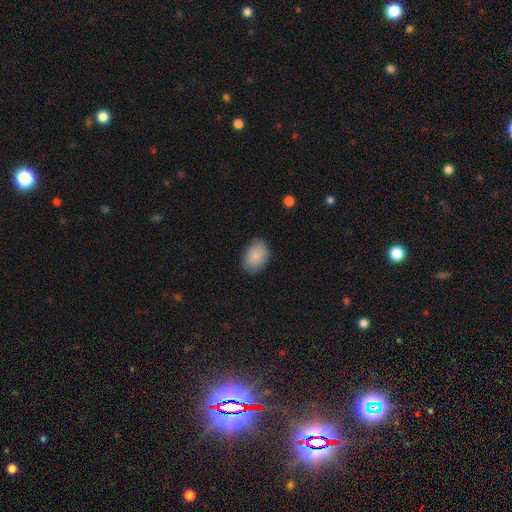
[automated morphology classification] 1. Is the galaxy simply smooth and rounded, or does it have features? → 87% smooth, 7% star or artifact, 6% featured or disk.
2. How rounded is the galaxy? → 82% in between, 17% round, 1% cigar-shaped.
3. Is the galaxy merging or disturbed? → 83% none, 13% minor disturbance, 3% major disturbance, 1% merger.